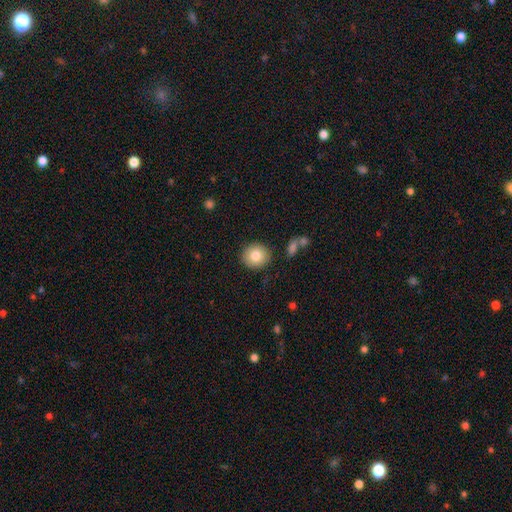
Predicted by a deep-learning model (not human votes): Smooth or featured?
  - smooth: 82% *
  - featured or disk: 10%
  - star or artifact: 8%
How rounded?
  - round: 87% *
  - in between: 12%
  - cigar-shaped: 1%
Merging?
  - none: 89% *
  - minor disturbance: 7%
  - major disturbance: 2%
  - merger: 2%